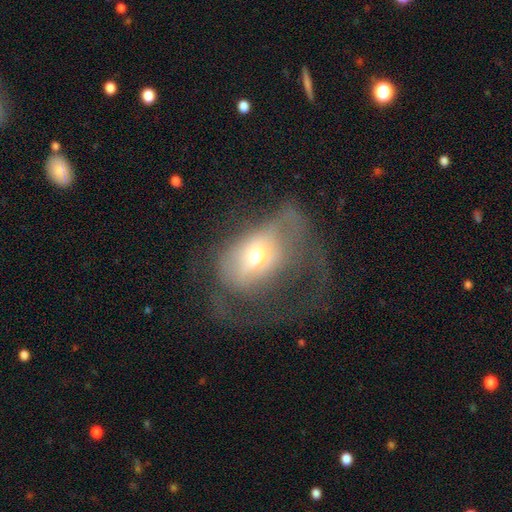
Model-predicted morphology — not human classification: Overall: featured or disk (46%; smooth 44%). Merging: major disturbance (59%; none 21%).